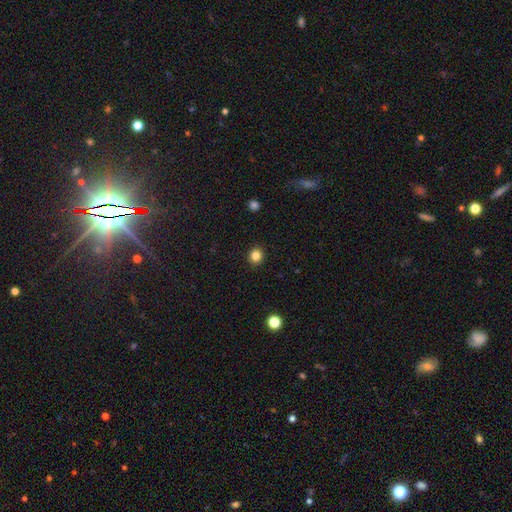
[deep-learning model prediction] Smooth or featured?
  - smooth: 83% *
  - star or artifact: 12%
  - featured or disk: 5%
How rounded?
  - round: 87% *
  - in between: 12%
  - cigar-shaped: 1%
Merging?
  - none: 92% *
  - minor disturbance: 5%
  - major disturbance: 2%
  - merger: 1%